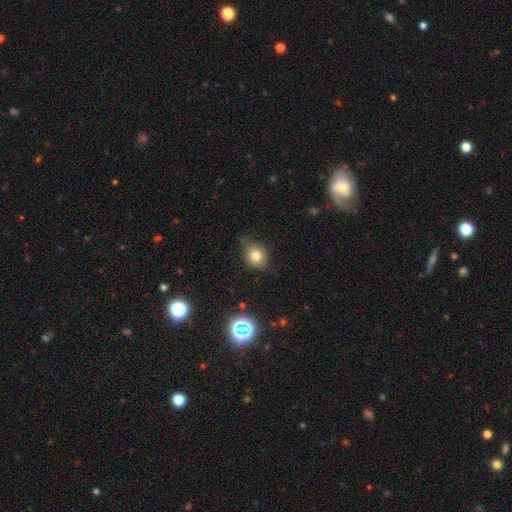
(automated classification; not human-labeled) Smooth or featured? smooth (78%)
How rounded? round (68%)
Merging? none (66%)